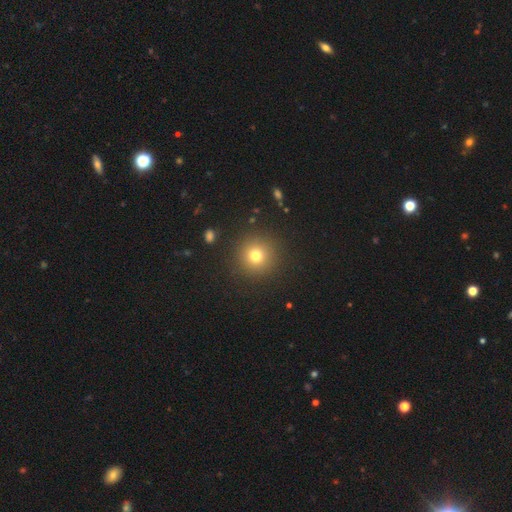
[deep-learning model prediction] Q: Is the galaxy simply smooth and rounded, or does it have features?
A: smooth — 75%.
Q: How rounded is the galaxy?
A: round — 95%.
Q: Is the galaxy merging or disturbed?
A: none — 90%.